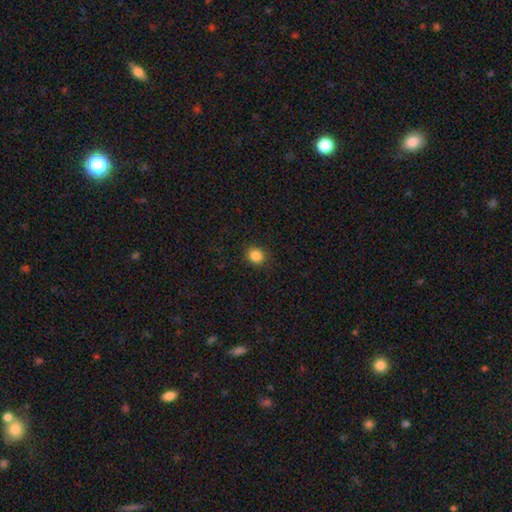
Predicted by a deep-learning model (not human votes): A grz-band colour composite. It shows a smooth galaxy with no disk features (86%) that is round (80%). Merging: none (90%).